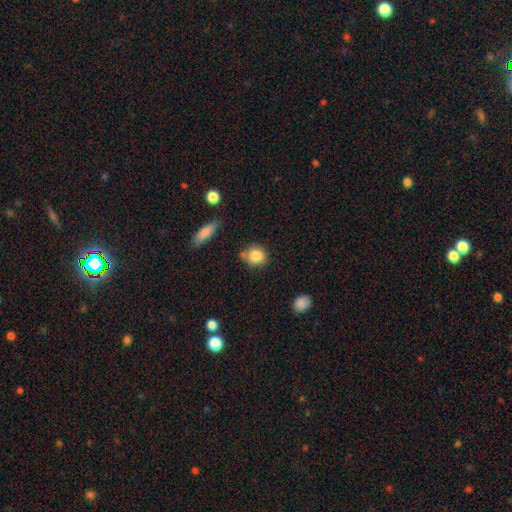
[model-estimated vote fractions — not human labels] Smooth or featured?
  - smooth: 84% *
  - star or artifact: 9%
  - featured or disk: 7%
How rounded?
  - round: 76% *
  - in between: 22%
  - cigar-shaped: 2%
Merging?
  - none: 69% *
  - minor disturbance: 17%
  - merger: 9%
  - major disturbance: 4%